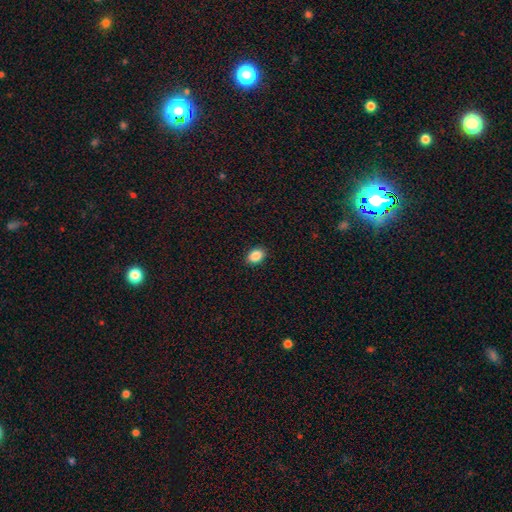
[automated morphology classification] smooth 87%, star or artifact 9%, featured or disk 4%. Down the decision tree: how rounded — in between (70%); merging — none (90%).